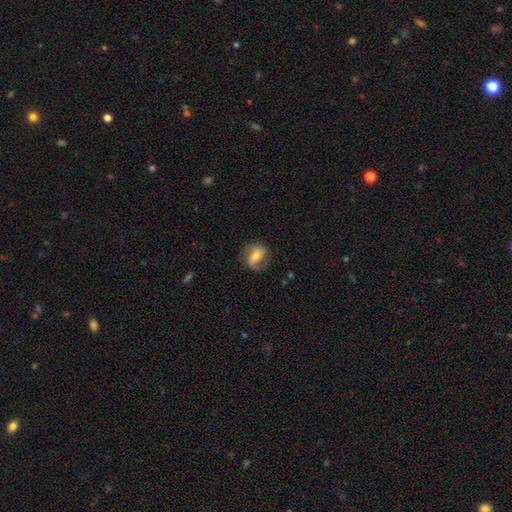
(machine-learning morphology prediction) smooth-or-featured: smooth: 56% | featured or disk: 36% | star or artifact: 8%
  how-rounded: in between: 63% | round: 35% | cigar-shaped: 3%
  merging: none: 65% | minor disturbance: 23% | major disturbance: 11% | merger: 1%